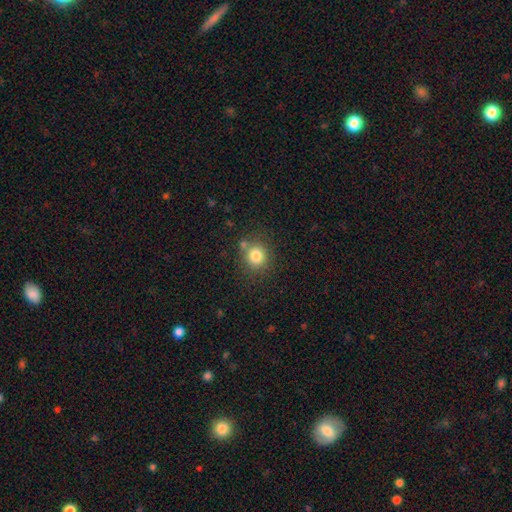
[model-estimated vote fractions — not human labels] smooth-or-featured: smooth: 81% | star or artifact: 12% | featured or disk: 7%
  how-rounded: round: 85% | in between: 14% | cigar-shaped: 1%
  merging: none: 75% | minor disturbance: 11% | merger: 10% | major disturbance: 4%